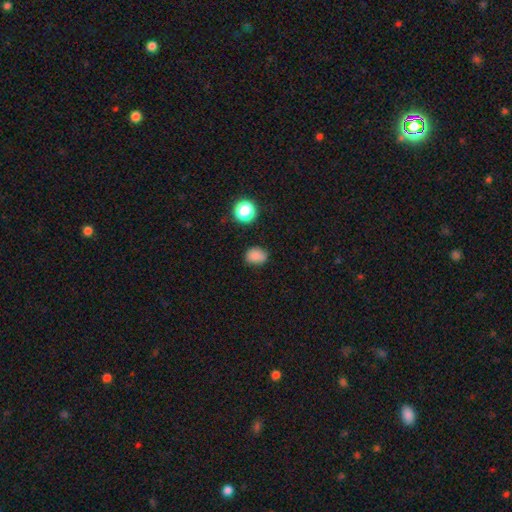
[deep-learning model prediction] Smooth or featured? smooth (82%)
How rounded? in between (53%)
Merging? none (72%)